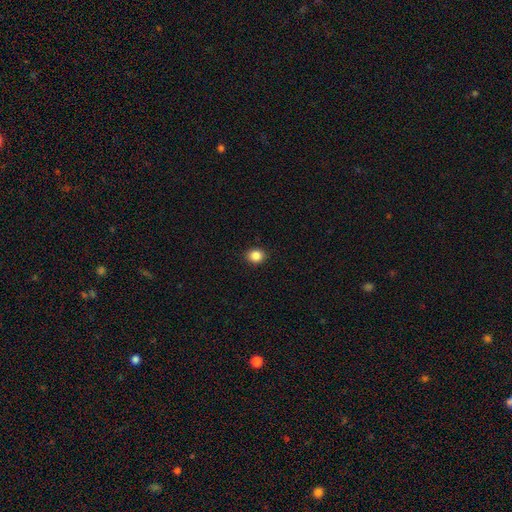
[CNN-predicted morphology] Smooth or featured?
  - smooth: 86% *
  - star or artifact: 10%
  - featured or disk: 4%
How rounded?
  - round: 68% *
  - in between: 31%
  - cigar-shaped: 1%
Merging?
  - none: 90% *
  - minor disturbance: 7%
  - major disturbance: 2%
  - merger: 1%